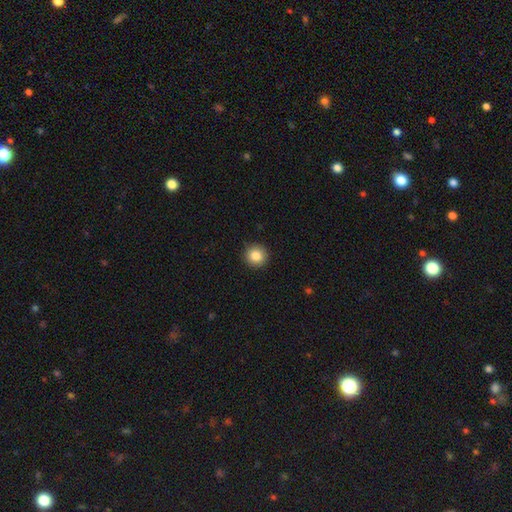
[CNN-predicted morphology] Overall: smooth (85%). How rounded: round (95%). Merging: none (92%).